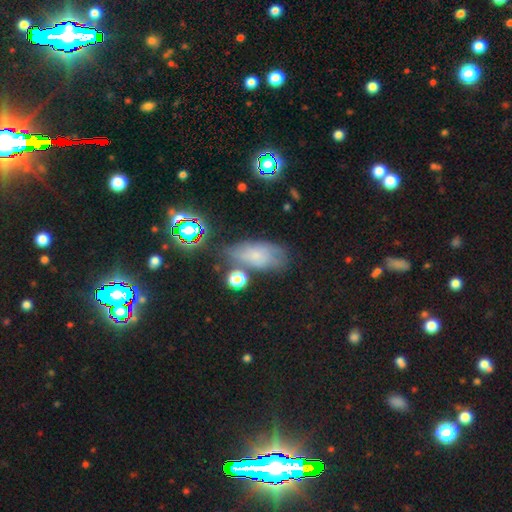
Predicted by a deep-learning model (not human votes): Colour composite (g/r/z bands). It shows a smooth galaxy with no disk features (53%) that is in between round and cigar-shaped (86%). Merging: none (56%).